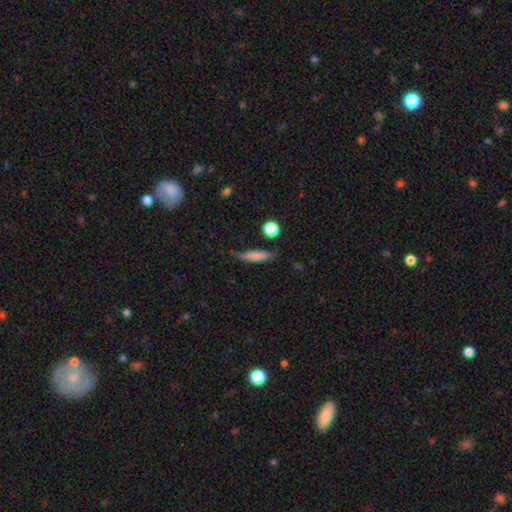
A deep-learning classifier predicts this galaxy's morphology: type=smooth (72%); roundness=cigar-shaped (69%); merging=none (62%).